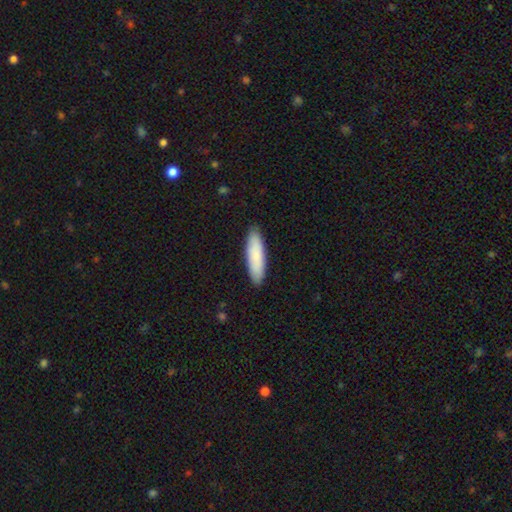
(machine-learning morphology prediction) A smooth galaxy with no disk features (84%) that is cigar-shaped (63%).

Vote fractions:
- Smooth or featured? smooth: 84% / featured or disk: 11% / star or artifact: 5%
- How rounded? cigar-shaped: 63% / in between: 35% / round: 1%
- Merging? none: 90% / minor disturbance: 8% / major disturbance: 1% / merger: 1%